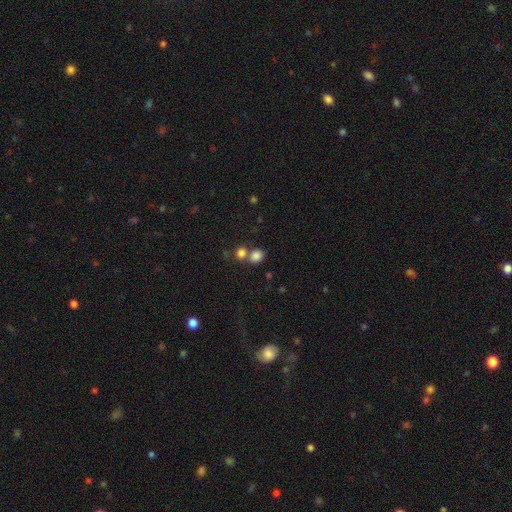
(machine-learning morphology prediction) A smooth galaxy with no disk features (82%) that is round (63%). Merging: none (50%).